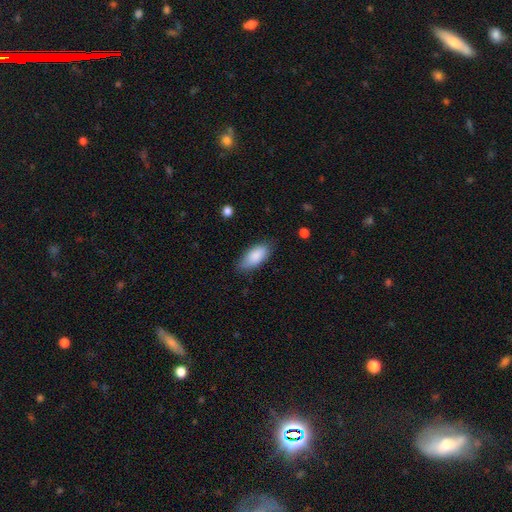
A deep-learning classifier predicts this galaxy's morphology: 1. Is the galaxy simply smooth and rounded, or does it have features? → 86% smooth, 8% featured or disk, 6% star or artifact.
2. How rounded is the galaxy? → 88% in between, 10% cigar-shaped, 2% round.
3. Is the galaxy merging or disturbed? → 78% none, 17% minor disturbance, 3% major disturbance, 1% merger.